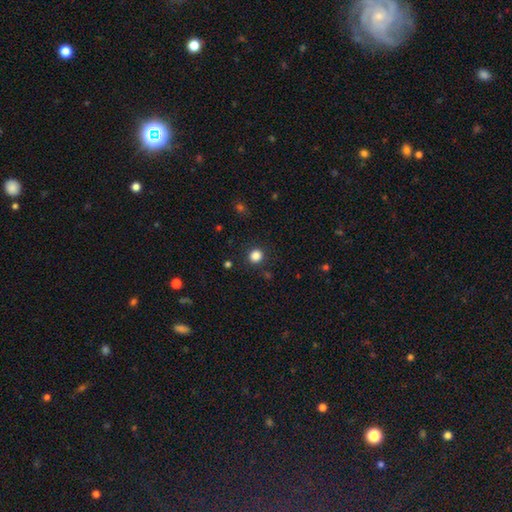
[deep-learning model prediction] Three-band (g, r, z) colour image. It shows a smooth galaxy with no disk features (85%) that is round (86%). Merging: none (89%).